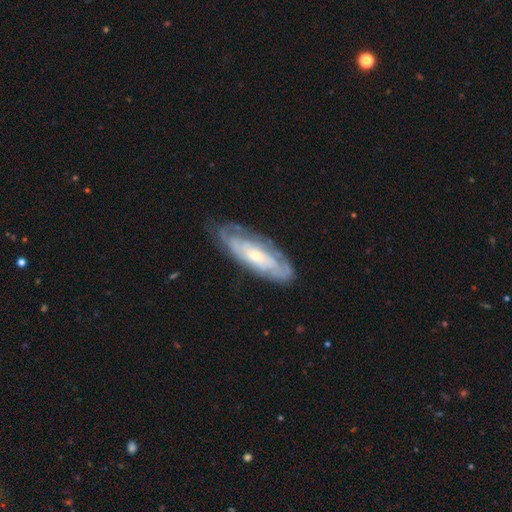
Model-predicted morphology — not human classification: type=featured or disk (73%); edge-on=no (82%); bar=no (75%); spiral arms=yes (82%); bulge=small (63%); merging=none (73%).